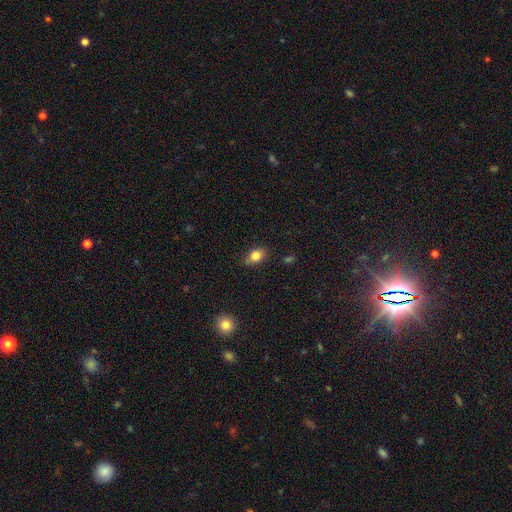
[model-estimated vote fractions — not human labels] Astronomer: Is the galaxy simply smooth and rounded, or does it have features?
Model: smooth — 82%.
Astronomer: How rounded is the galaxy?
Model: in between — 77%.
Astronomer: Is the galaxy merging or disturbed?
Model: none — 78%.